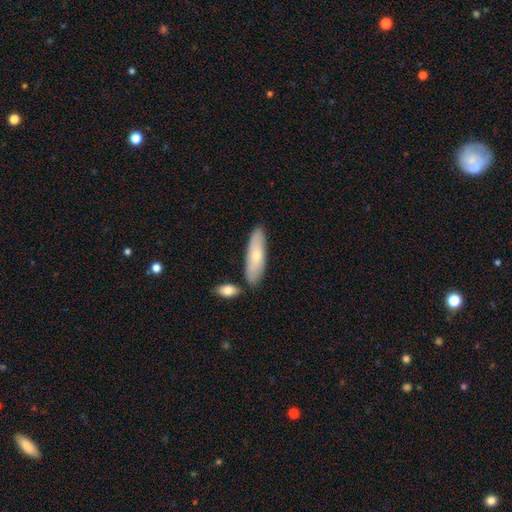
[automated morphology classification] Smooth or featured? Predicted: smooth (p=0.65). How rounded? Predicted: cigar-shaped (p=0.51). Merging? Predicted: none (p=0.77).